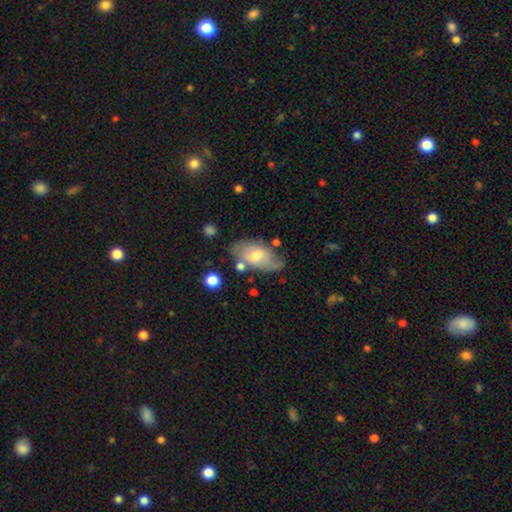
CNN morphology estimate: A smooth galaxy with no disk features (58%) that is in between round and cigar-shaped (92%).

Vote fractions:
- Smooth or featured? smooth: 58% / featured or disk: 36% / star or artifact: 6%
- How rounded? in between: 92% / round: 5% / cigar-shaped: 3%
- Merging? none: 58% / minor disturbance: 25% / merger: 9% / major disturbance: 8%